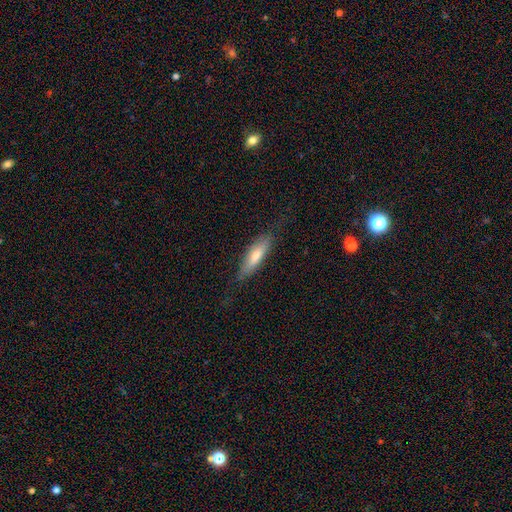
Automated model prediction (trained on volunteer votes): Smooth or featured: smooth — 61% (featured or disk — 32%)
How rounded: cigar-shaped — 65% (in between — 34%)
Merging: none — 75% (minor disturbance — 18%)